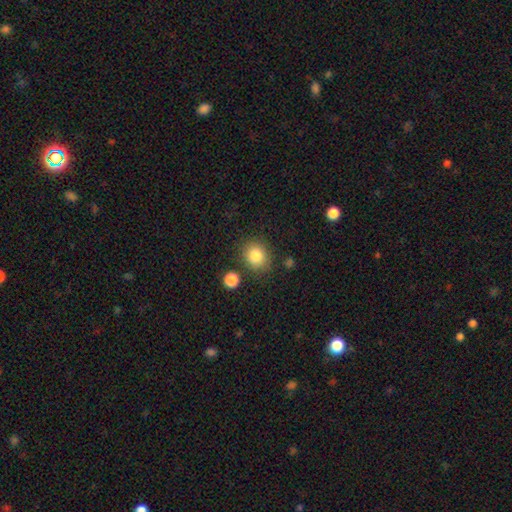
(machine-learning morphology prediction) type=smooth (84%); roundness=round (72%); merging=none (81%).